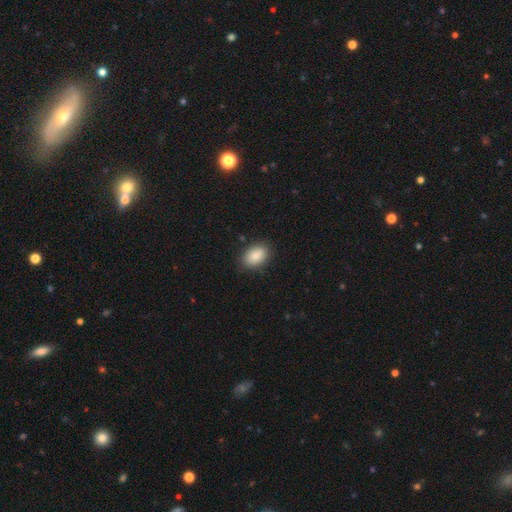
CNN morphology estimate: type=smooth (88%); roundness=in between (87%); merging=none (87%).